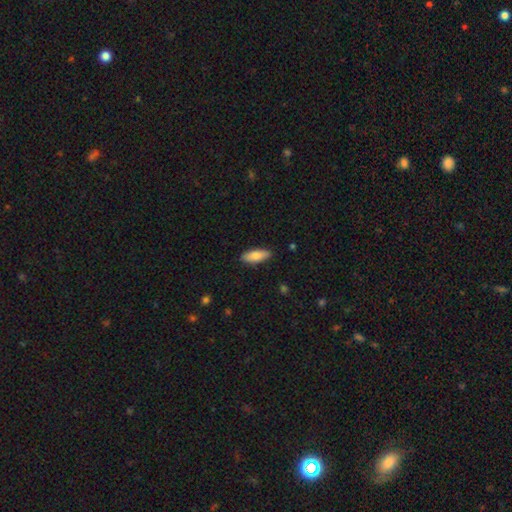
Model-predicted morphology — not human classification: The model was most divided on "how rounded": in between: 68%, cigar-shaped: 30%, round: 2%. More confident: merging — none (87%); smooth or featured — smooth (82%).